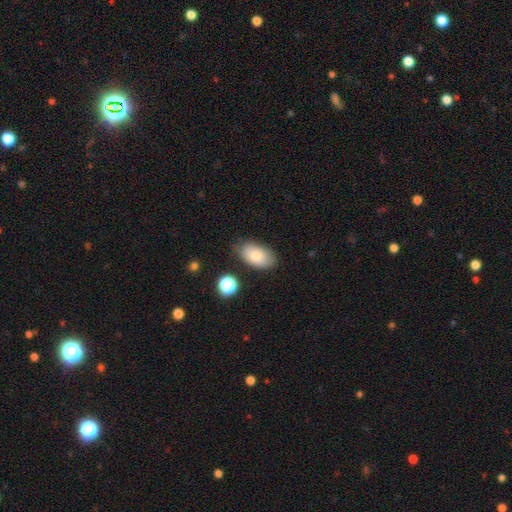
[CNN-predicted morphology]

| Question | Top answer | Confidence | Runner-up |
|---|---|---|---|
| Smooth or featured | smooth | 81% | featured or disk (11%) |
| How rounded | in between | 93% | round (5%) |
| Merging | none | 76% | minor disturbance (18%) |